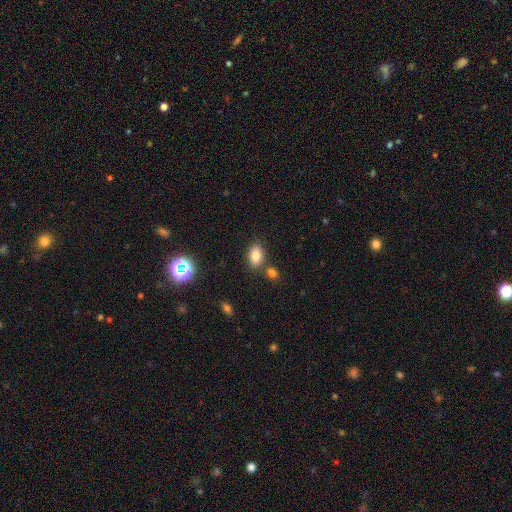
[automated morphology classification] A smooth galaxy with no disk features (80%) that is in between round and cigar-shaped (86%). Merging: none (73%).